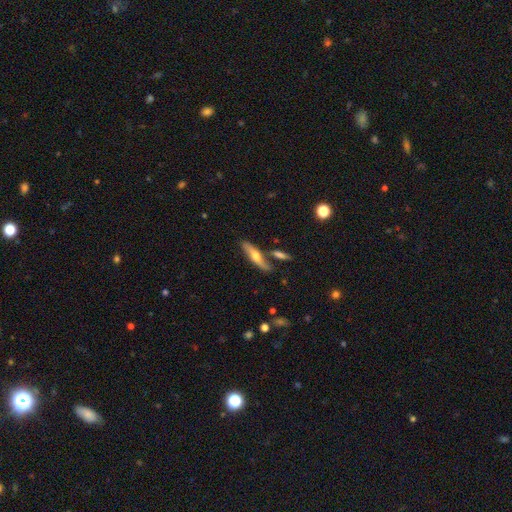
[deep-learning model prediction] This appears to be a featured or disk galaxy (52%) viewed edge-on (82%). Merging: none (72%).